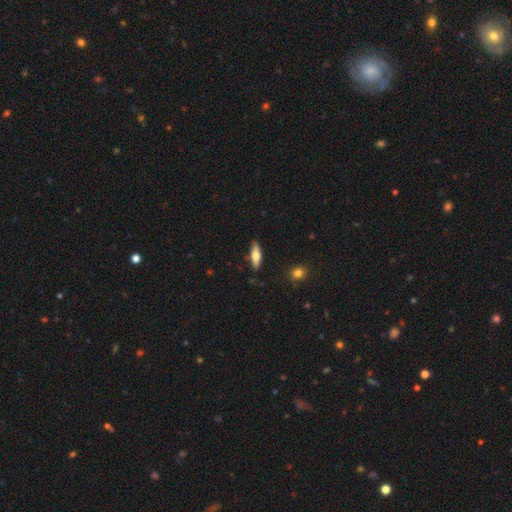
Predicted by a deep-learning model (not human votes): smooth_or_featured: smooth (p=0.58) [alt: featured or disk p=0.36]
how_rounded: cigar-shaped (p=0.52) [alt: in between p=0.45]
merging: none (p=0.85) [alt: minor disturbance p=0.11]